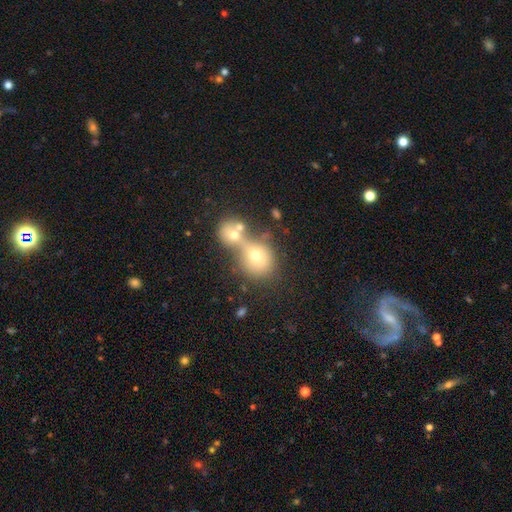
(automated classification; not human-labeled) This appears to be a smooth galaxy with no disk features (67%) that is round (71%). Merging: merger (64%).